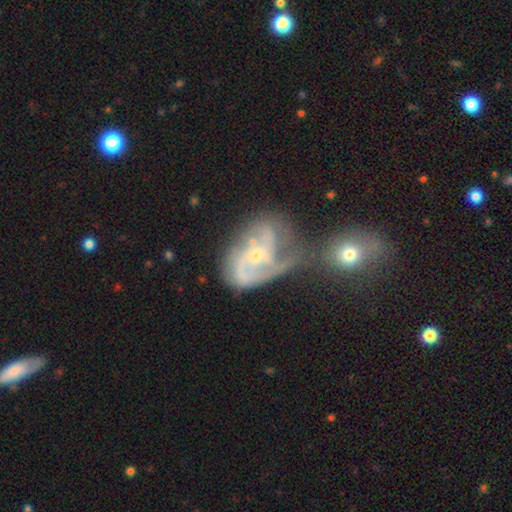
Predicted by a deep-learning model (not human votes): This appears to be a featured or disk galaxy (85%) with no bar (55%), 2 (61%) medium (50%) spiral arms (94%) and a small central bulge (69%). Merging: merger (30%).